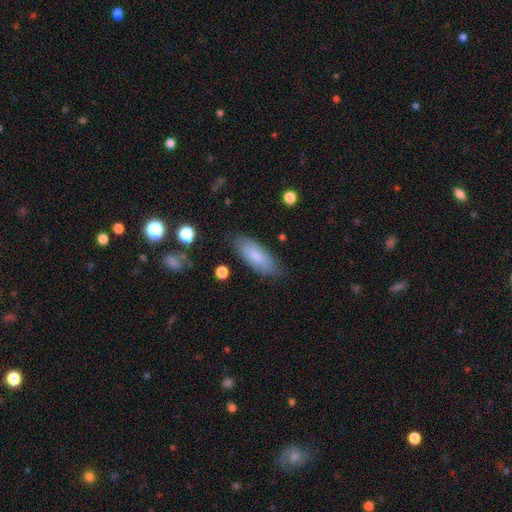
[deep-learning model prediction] The model was most divided on "how rounded": in between: 73%, cigar-shaped: 26%, round: 2%. More confident: merging — none (81%); smooth or featured — smooth (80%).